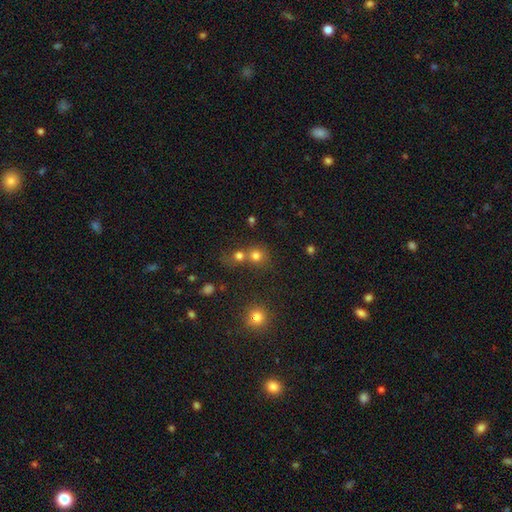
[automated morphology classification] type=smooth (75%); roundness=round (87%); merging=none (50%).